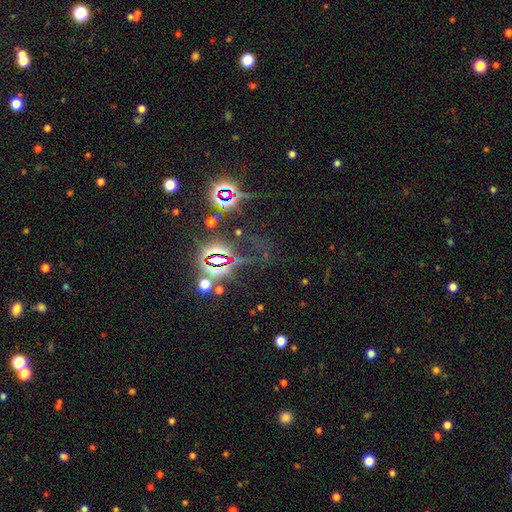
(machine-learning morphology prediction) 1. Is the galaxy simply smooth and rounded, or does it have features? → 74% star or artifact, 13% featured or disk, 13% smooth.